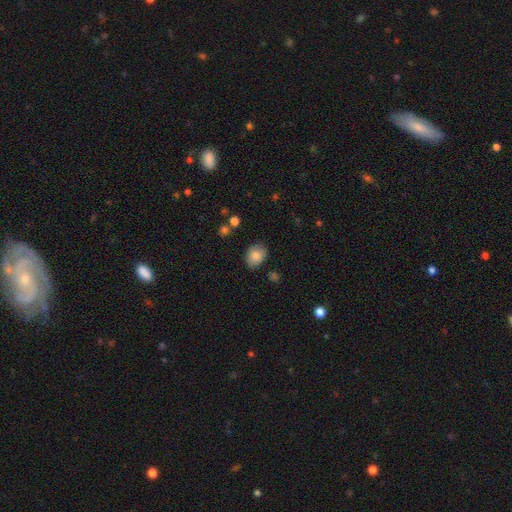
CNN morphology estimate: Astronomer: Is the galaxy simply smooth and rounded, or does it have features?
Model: smooth — 85%.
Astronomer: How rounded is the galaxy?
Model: in between — 62% (runner-up: round, 37%).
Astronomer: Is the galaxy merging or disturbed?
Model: none — 80%.